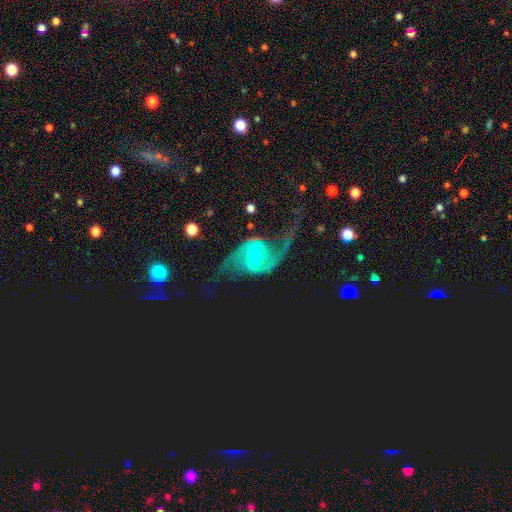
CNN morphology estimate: The model was most divided on "bar": weak: 50%, strong: 34%, no: 16%. More confident: edge-on disk — no (97%); spiral arms — yes (97%); spiral arm count — 2 (94%); smooth or featured — featured or disk (90%); spiral winding — loose (74%); merging — none (65%); bulge size — moderate (56%).